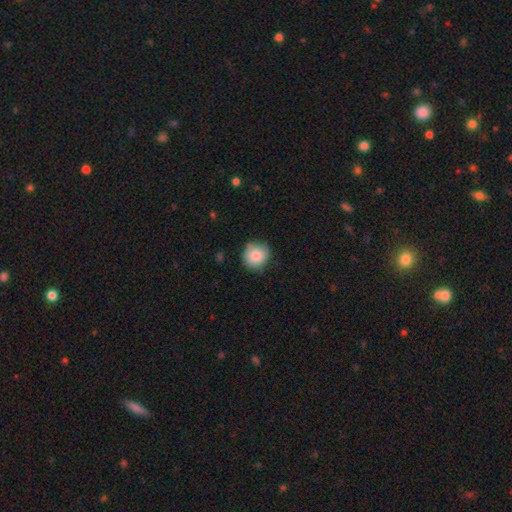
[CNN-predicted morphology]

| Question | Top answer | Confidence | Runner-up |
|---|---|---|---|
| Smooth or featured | smooth | 86% | star or artifact (8%) |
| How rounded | round | 90% | in between (9%) |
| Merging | none | 77% | minor disturbance (19%) |